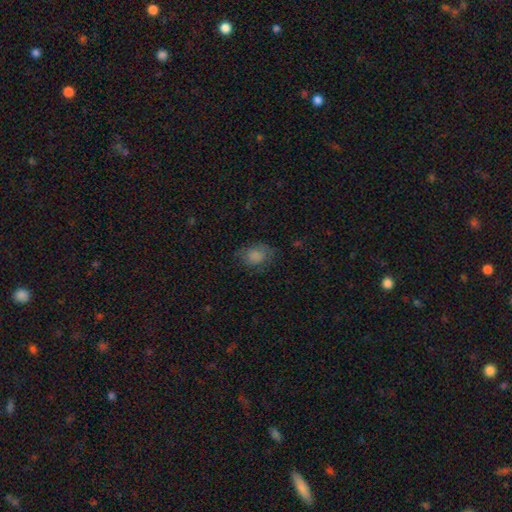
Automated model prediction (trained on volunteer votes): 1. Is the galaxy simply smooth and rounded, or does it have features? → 78% smooth, 12% featured or disk, 11% star or artifact.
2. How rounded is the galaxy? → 64% in between, 35% round, 1% cigar-shaped.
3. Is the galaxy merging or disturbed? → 66% none, 23% minor disturbance, 9% major disturbance, 1% merger.